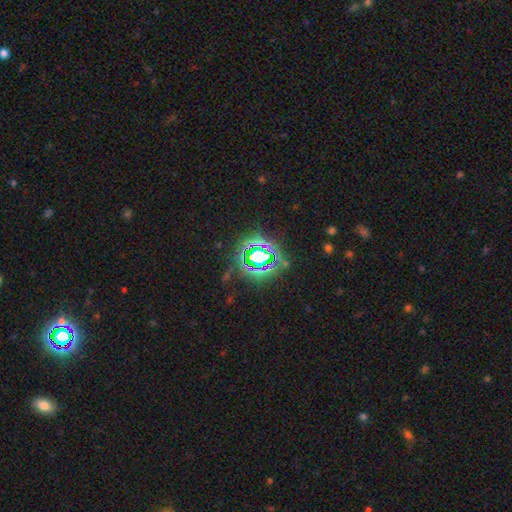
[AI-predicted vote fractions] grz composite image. It shows a star or artifact, not a galaxy (73%).